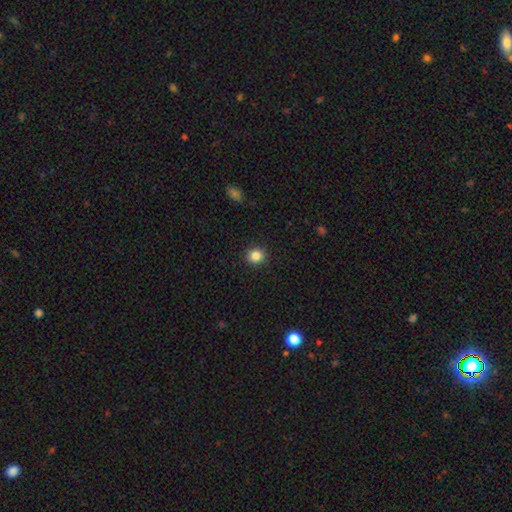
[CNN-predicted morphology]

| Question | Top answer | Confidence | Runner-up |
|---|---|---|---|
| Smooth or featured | smooth | 85% | star or artifact (10%) |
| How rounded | round | 88% | in between (11%) |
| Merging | none | 92% | minor disturbance (5%) |